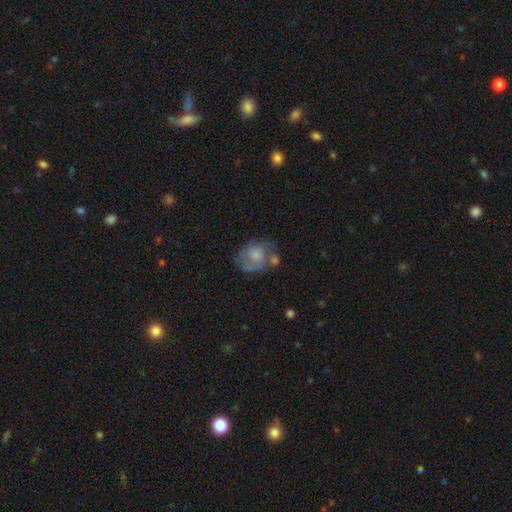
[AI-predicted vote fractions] This is possibly a smooth galaxy (48%). Merging: marginally none (39%).